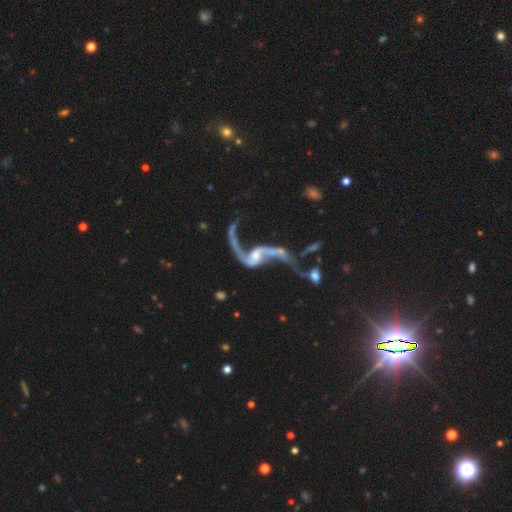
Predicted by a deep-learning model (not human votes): Q: Smooth or featured?
A: featured or disk (89%); runner-up: smooth (5%)
Q: Edge-on disk?
A: no (95%); runner-up: yes (5%)
Q: Bar?
A: no (45%); runner-up: weak (39%)
Q: Spiral arms?
A: yes (92%); runner-up: no (8%)
Q: Spiral winding?
A: loose (94%); runner-up: medium (4%)
Q: Spiral arm count?
A: 2 (91%); runner-up: 1 (4%)
Q: Bulge size?
A: small (44%); runner-up: moderate (35%)
Q: Merging?
A: merger (45%); runner-up: none (25%)